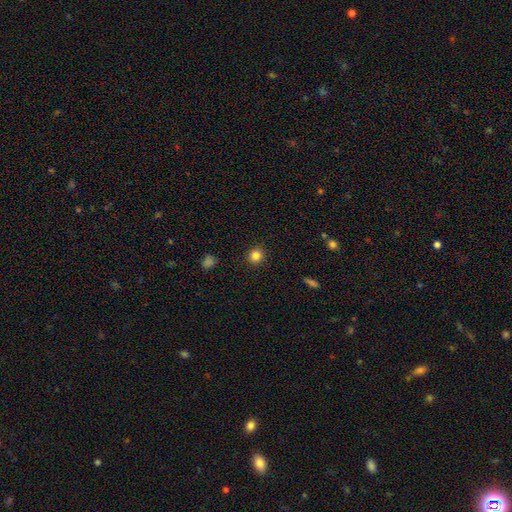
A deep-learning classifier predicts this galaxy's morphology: smooth-or-featured: smooth: 83% | star or artifact: 12% | featured or disk: 5%
  how-rounded: round: 92% | in between: 7% | cigar-shaped: 1%
  merging: none: 92% | minor disturbance: 5% | major disturbance: 2% | merger: 1%